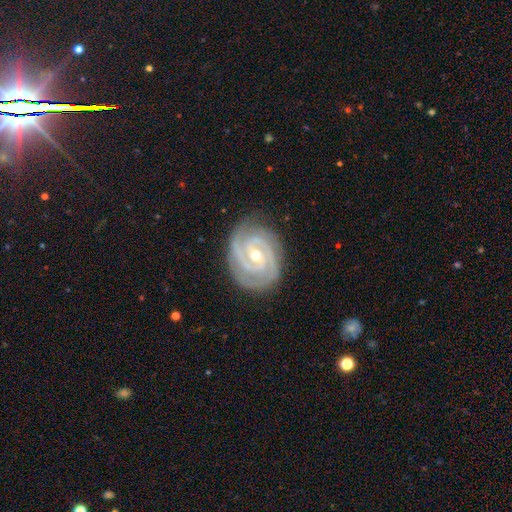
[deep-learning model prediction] A featured or disk galaxy (92%) with no bar (43%), 2 (44%) tight (78%) spiral arms (99%) and a small central bulge (51%).

Vote fractions:
- Smooth or featured? featured or disk: 92% / star or artifact: 4% / smooth: 4%
- Edge-on disk? no: 97% / yes: 3%
- Bar? no: 43% / weak: 39% / strong: 18%
- Spiral arms? yes: 99% / no: 1%
- Spiral winding? tight: 78% / medium: 20% / loose: 2%
- Spiral arm count? 2: 44% / 3: 36% / can't tell: 7% / 4: 6% / 1: 3% / more than 4: 3%
- Bulge size? small: 51% / moderate: 47% / large: 1% / none: 1% / dominant: 1%
- Merging? none: 83% / minor disturbance: 13% / major disturbance: 3% / merger: 1%